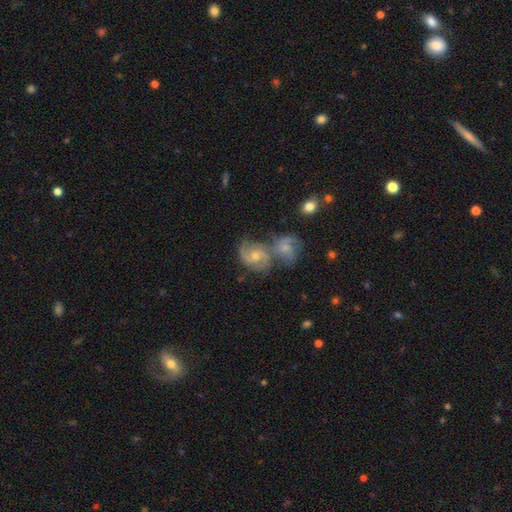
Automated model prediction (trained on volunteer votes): Smooth or featured: featured or disk — 78% (smooth — 13%)
Edge-on disk: no — 97% (yes — 3%)
Bar: no — 57% (weak — 35%)
Spiral arms: yes — 95% (no — 5%)
Spiral winding: medium — 47% (tight — 41%)
Spiral arm count: 2 — 58% (3 — 16%)
Bulge size: moderate — 53% (small — 42%)
Merging: merger — 42% (none — 40%)